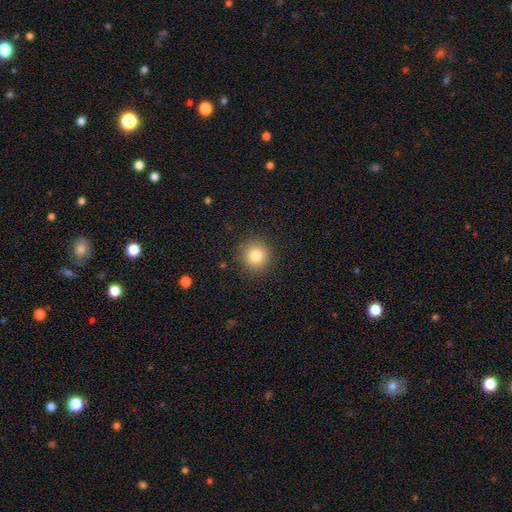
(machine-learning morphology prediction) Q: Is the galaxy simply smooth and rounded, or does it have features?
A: smooth — 82%.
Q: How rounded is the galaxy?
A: round — 93%.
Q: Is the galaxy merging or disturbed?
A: none — 90%.